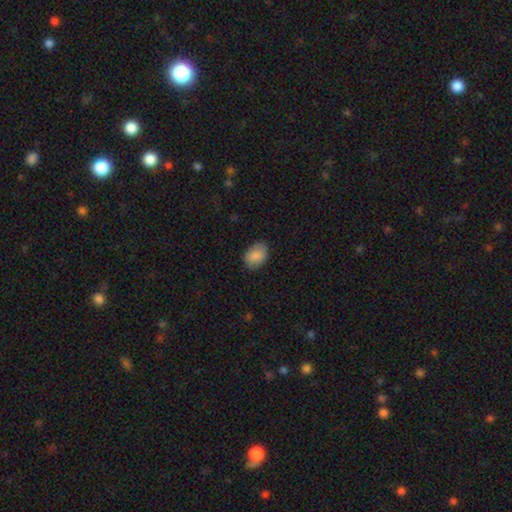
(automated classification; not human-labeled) Overall: smooth (88%). How rounded: in between (78%). Merging: none (81%).